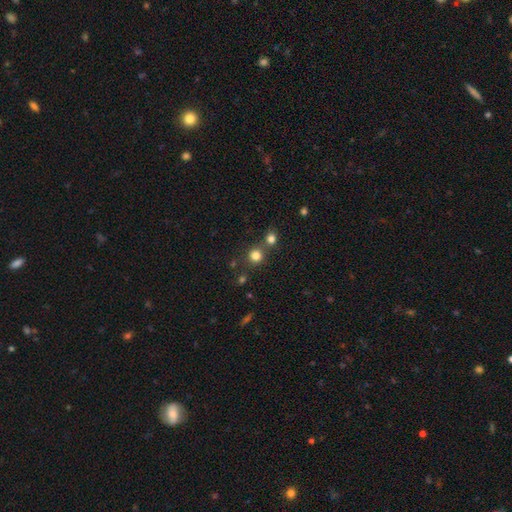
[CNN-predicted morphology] smooth-or-featured: smooth: 79% | star or artifact: 15% | featured or disk: 6%
  how-rounded: round: 90% | in between: 9% | cigar-shaped: 1%
  merging: none: 66% | merger: 24% | minor disturbance: 7% | major disturbance: 3%